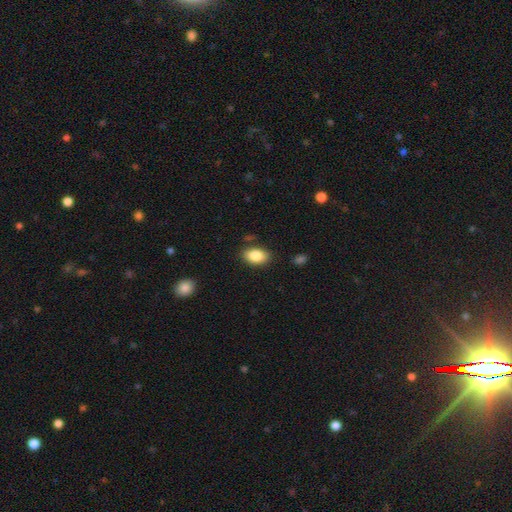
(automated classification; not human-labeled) Morphology: type=smooth (86%); roundness=in between (90%); merging=none (83%).